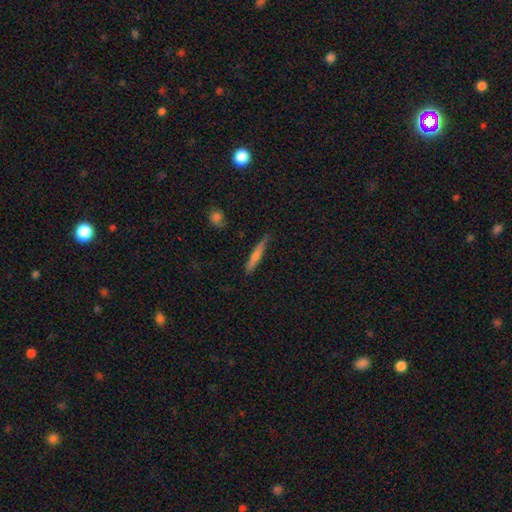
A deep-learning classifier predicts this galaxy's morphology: Smooth or featured? smooth (56%)
How rounded? cigar-shaped (94%)
Merging? none (83%)